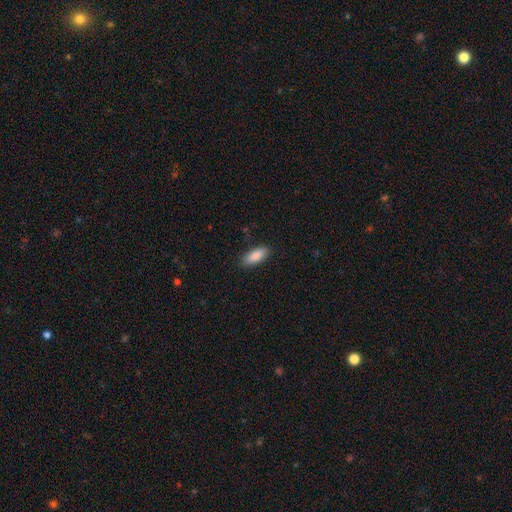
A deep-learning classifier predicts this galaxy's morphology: This appears to be a smooth galaxy with no disk features (88%) that is in between round and cigar-shaped (78%). Merging: none (85%).